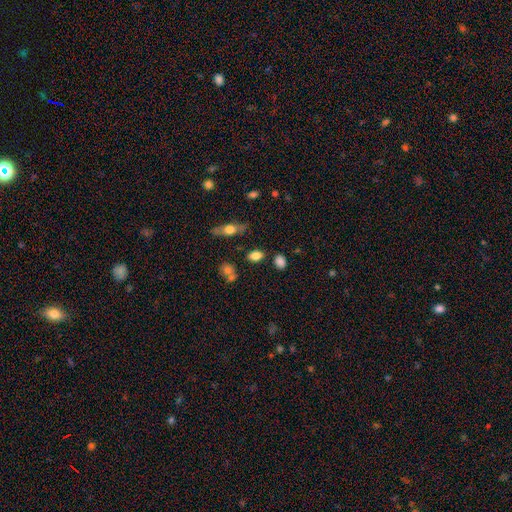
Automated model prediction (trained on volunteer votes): Smooth or featured? smooth (81%)
How rounded? in between (83%)
Merging? none (80%)